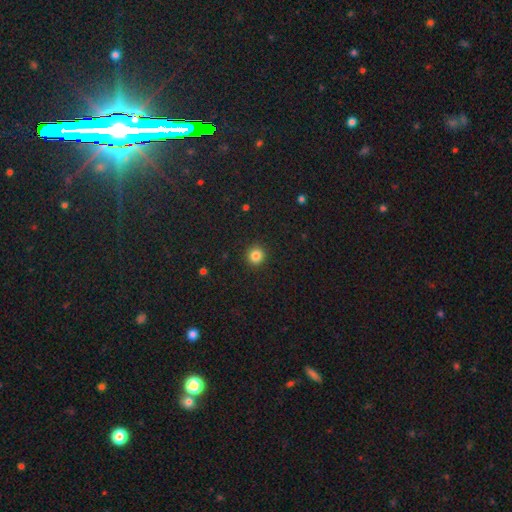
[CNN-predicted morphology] Smooth or featured? Predicted: smooth (p=0.84). How rounded? Predicted: round (p=0.94). Merging? Predicted: none (p=0.93).